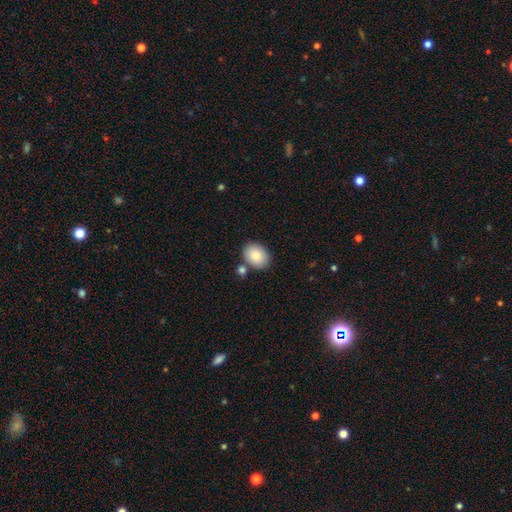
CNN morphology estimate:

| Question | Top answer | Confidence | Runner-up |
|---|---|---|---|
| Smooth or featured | smooth | 86% | featured or disk (7%) |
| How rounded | in between | 70% | round (29%) |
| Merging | none | 76% | minor disturbance (11%) |